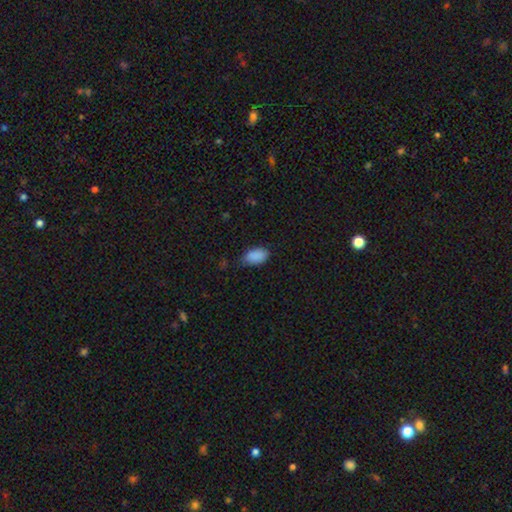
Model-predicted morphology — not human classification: Smooth or featured? Predicted: smooth (p=0.89). How rounded? Predicted: in between (p=0.93). Merging? Predicted: none (p=0.66).